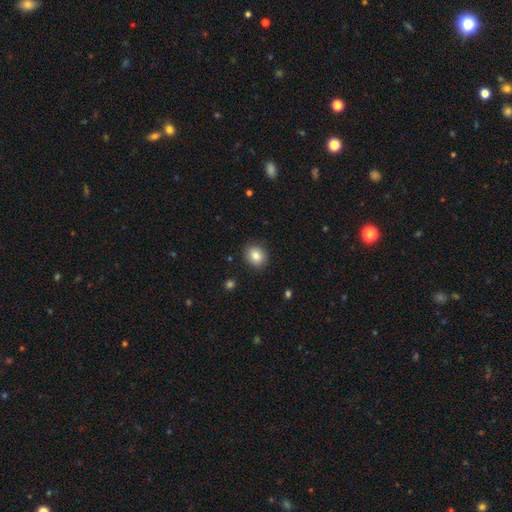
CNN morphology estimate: Smooth or featured? Predicted: smooth (p=0.83). How rounded? Predicted: round (p=0.64). Merging? Predicted: none (p=0.89).